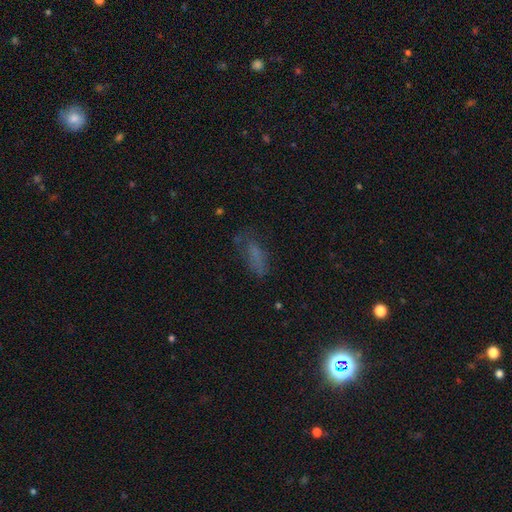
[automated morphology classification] Smooth or featured?
  - smooth: 56% *
  - star or artifact: 22%
  - featured or disk: 21%
How rounded?
  - in between: 66% *
  - cigar-shaped: 29%
  - round: 5%
Merging?
  - none: 53% *
  - minor disturbance: 25%
  - major disturbance: 19%
  - merger: 3%